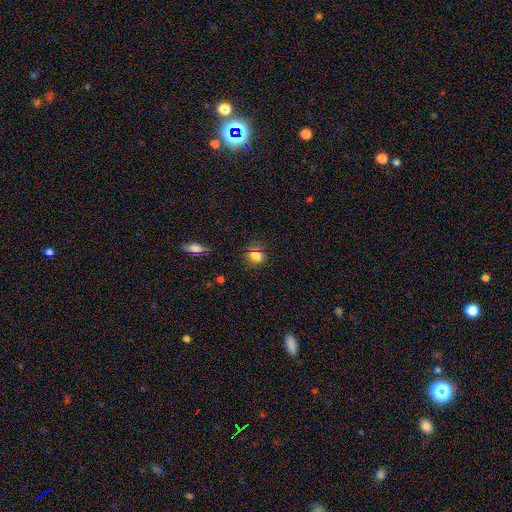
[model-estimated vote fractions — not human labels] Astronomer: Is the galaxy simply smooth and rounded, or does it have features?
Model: smooth — 77%.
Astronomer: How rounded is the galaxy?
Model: round — 58% (runner-up: in between, 39%).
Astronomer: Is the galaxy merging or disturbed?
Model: none — 79%.